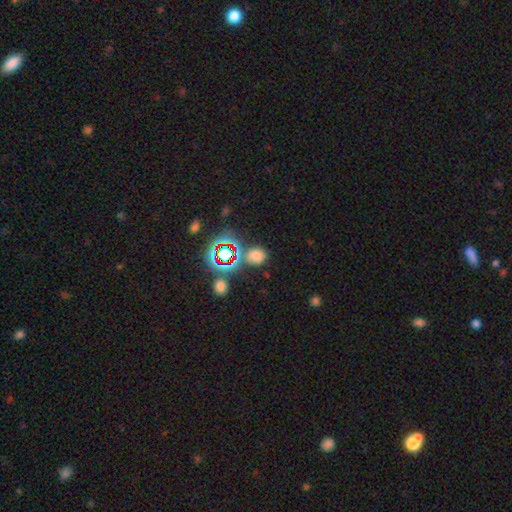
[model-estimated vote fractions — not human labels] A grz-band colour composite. It shows a smooth galaxy with no disk features (63%) that is round (60%). Merging: none (72%).